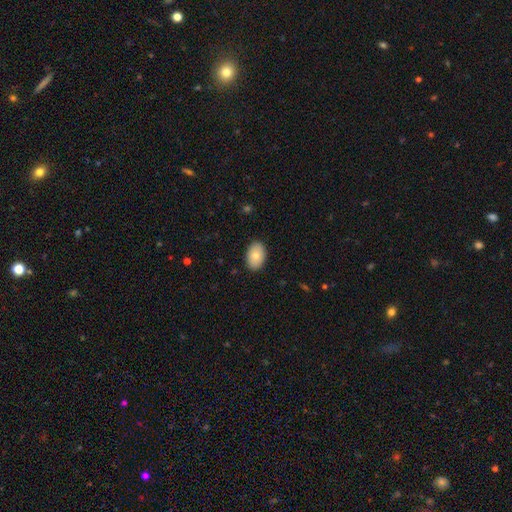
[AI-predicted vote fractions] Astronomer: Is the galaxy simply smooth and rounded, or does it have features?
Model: smooth — 80%.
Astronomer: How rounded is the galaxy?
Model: in between — 90%.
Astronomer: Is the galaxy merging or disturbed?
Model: none — 88%.